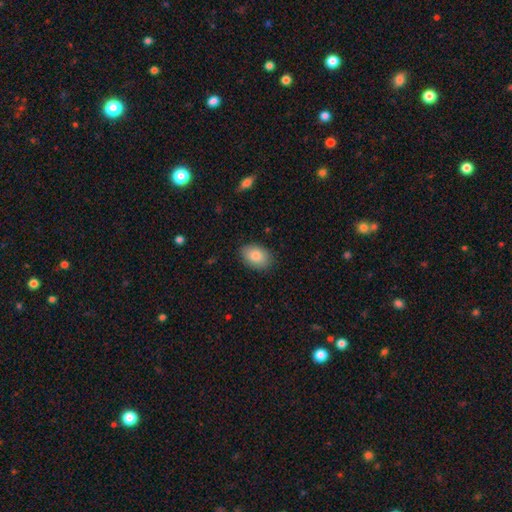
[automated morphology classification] Smooth or featured? smooth (86%)
How rounded? in between (83%)
Merging? none (86%)